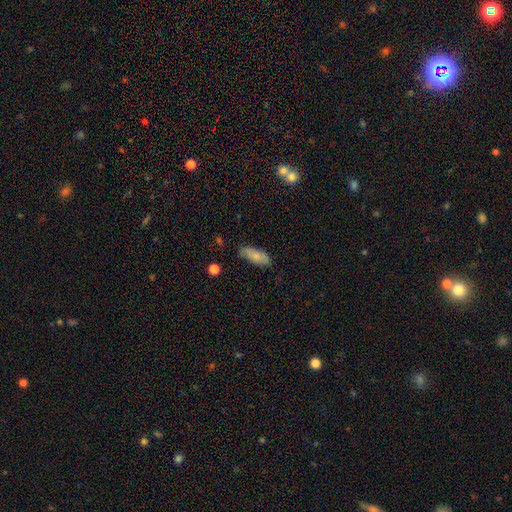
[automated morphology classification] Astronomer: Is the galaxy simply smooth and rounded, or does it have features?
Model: smooth — 78%.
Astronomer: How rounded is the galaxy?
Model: in between — 77%.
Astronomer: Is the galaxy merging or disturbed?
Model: none — 70%.